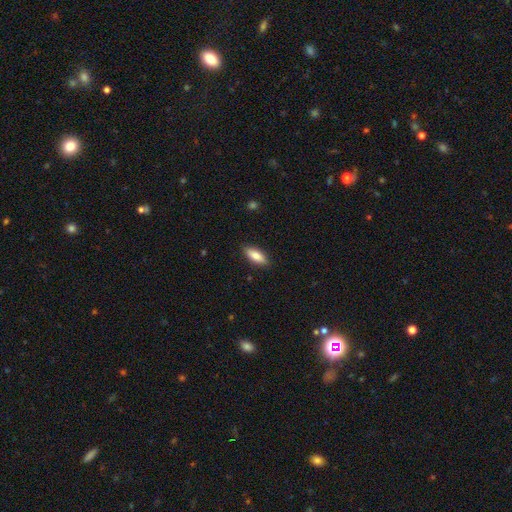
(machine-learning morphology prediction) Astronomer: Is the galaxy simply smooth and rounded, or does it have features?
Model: smooth — 80%.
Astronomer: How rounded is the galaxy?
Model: in between — 73%.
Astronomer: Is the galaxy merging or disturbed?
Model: none — 87%.